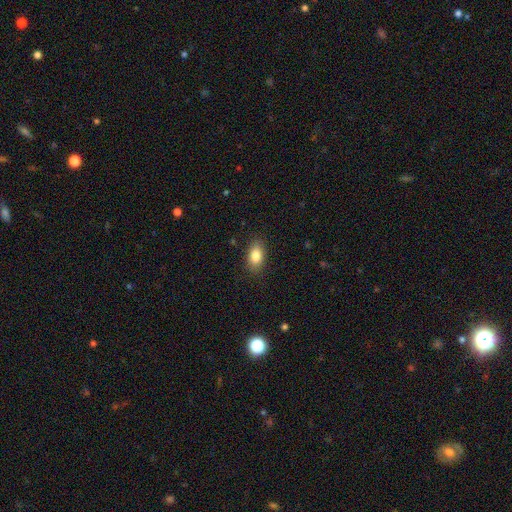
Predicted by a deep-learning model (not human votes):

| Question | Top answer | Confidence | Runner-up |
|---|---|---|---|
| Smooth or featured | smooth | 83% | featured or disk (9%) |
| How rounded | in between | 88% | round (8%) |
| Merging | none | 86% | minor disturbance (11%) |